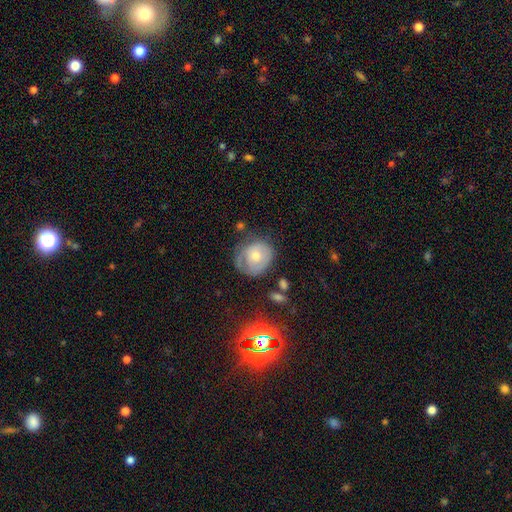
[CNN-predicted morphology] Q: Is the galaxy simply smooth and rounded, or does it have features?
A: featured or disk — 47%.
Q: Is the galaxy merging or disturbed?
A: none — 53%.